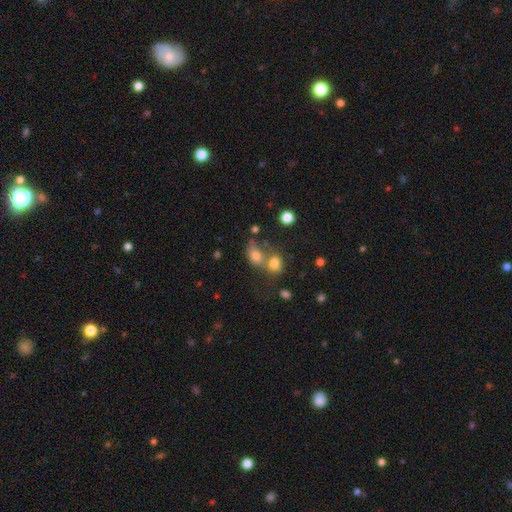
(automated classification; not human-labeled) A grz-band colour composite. It shows a smooth galaxy with no disk features (75%) that is in between round and cigar-shaped (65%). Merging: merger (53%).